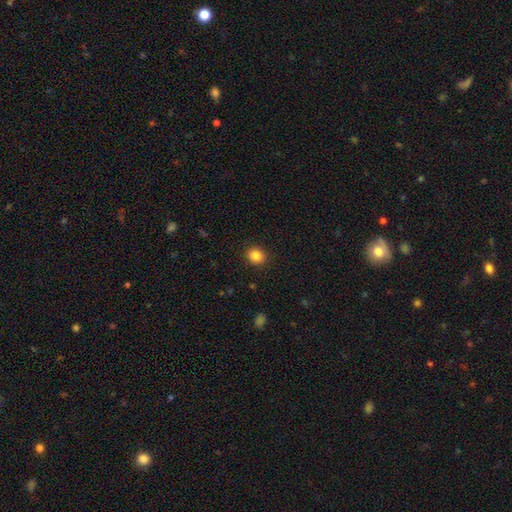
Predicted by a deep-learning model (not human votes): smooth_or_featured: smooth (p=0.86) [alt: star or artifact p=0.10]
how_rounded: round (p=0.79) [alt: in between p=0.20]
merging: none (p=0.90) [alt: minor disturbance p=0.07]